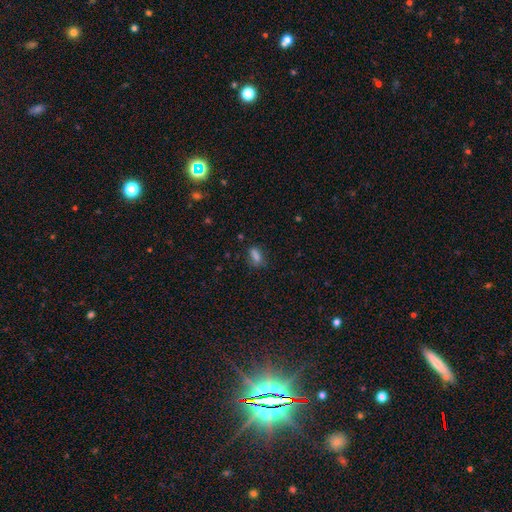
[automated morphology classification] smooth-or-featured: smooth: 77% | star or artifact: 15% | featured or disk: 8%
  how-rounded: in between: 76% | cigar-shaped: 14% | round: 9%
  merging: none: 69% | minor disturbance: 21% | major disturbance: 7% | merger: 3%